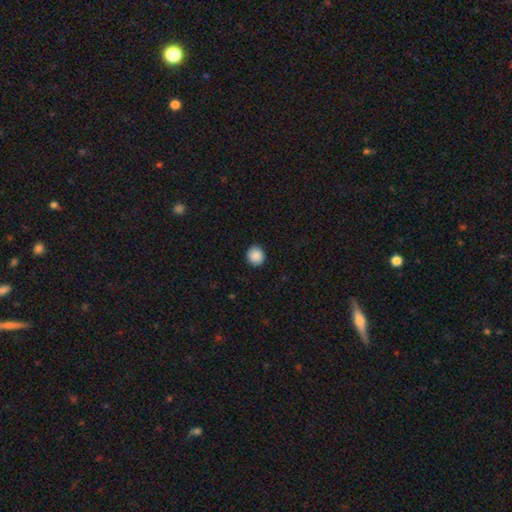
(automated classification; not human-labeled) The model was most divided on "how rounded": round: 88%, in between: 11%, cigar-shaped: 1%. More confident: merging — none (91%); smooth or featured — smooth (89%).